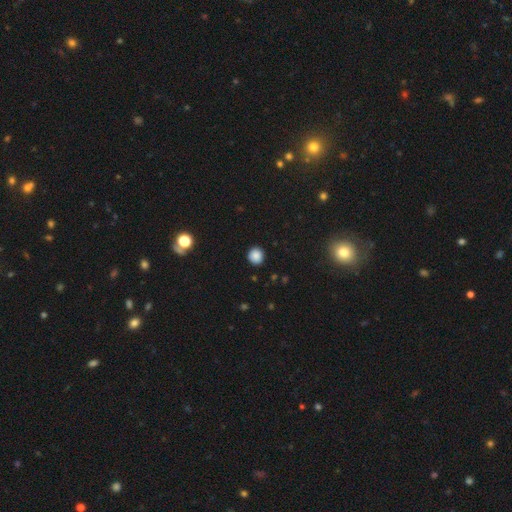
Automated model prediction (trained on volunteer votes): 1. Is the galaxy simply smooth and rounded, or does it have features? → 86% smooth, 11% star or artifact, 3% featured or disk.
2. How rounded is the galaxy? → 92% round, 7% in between, 1% cigar-shaped.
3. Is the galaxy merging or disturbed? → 91% none, 6% minor disturbance, 2% major disturbance, 1% merger.